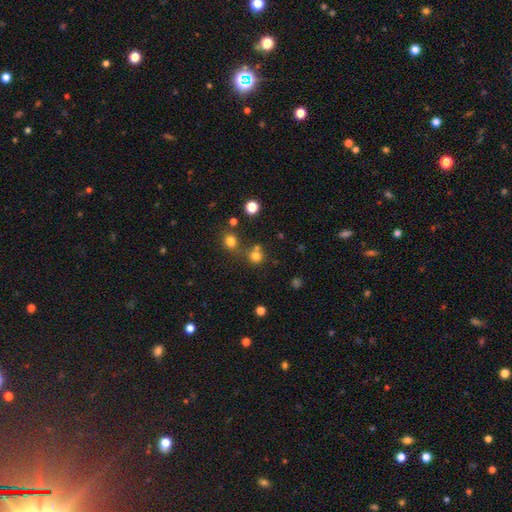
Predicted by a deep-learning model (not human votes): Overall: smooth (75%). How rounded: round (90%). Merging: none (64%).